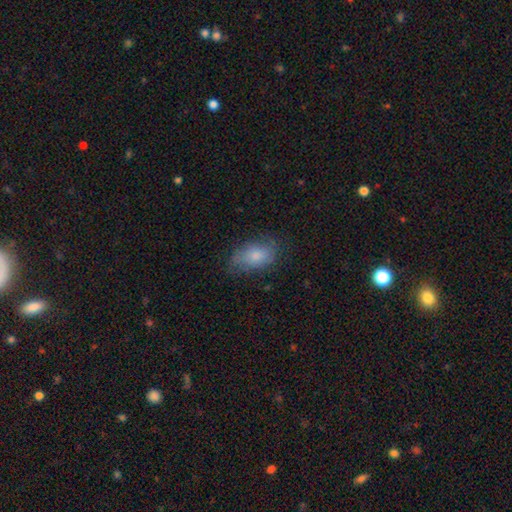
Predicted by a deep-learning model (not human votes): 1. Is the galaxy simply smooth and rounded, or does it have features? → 73% smooth, 19% featured or disk, 8% star or artifact.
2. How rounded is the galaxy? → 89% in between, 8% round, 2% cigar-shaped.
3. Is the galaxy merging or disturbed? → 65% none, 25% minor disturbance, 9% major disturbance, 1% merger.